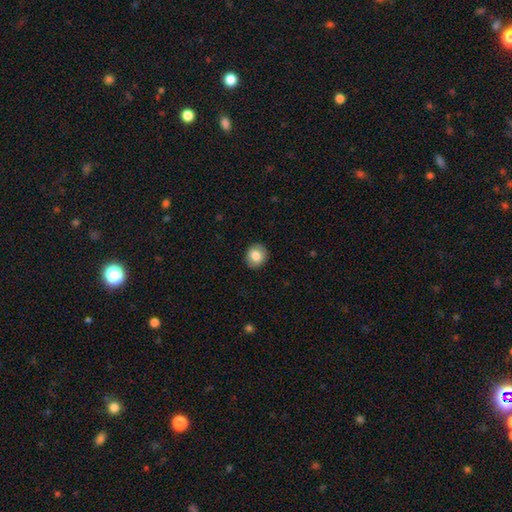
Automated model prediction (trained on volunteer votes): Smooth or featured: smooth — 80% (featured or disk — 12%)
How rounded: round — 74% (in between — 25%)
Merging: none — 90% (minor disturbance — 7%)